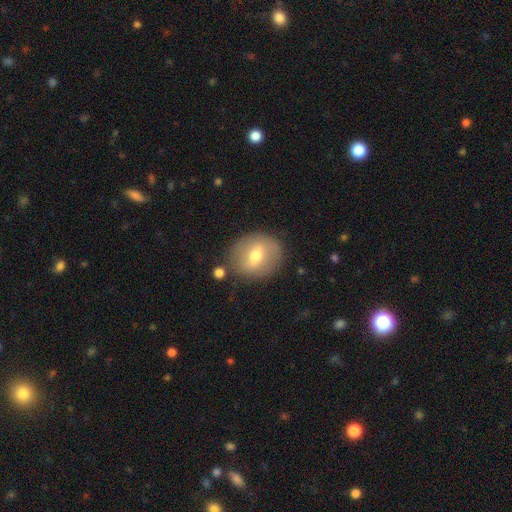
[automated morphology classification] A smooth galaxy with no disk features (56%) that is round (72%).

Vote fractions:
- Smooth or featured? smooth: 56% / featured or disk: 37% / star or artifact: 8%
- How rounded? round: 72% / in between: 26% / cigar-shaped: 1%
- Merging? none: 81% / minor disturbance: 12% / major disturbance: 4% / merger: 3%